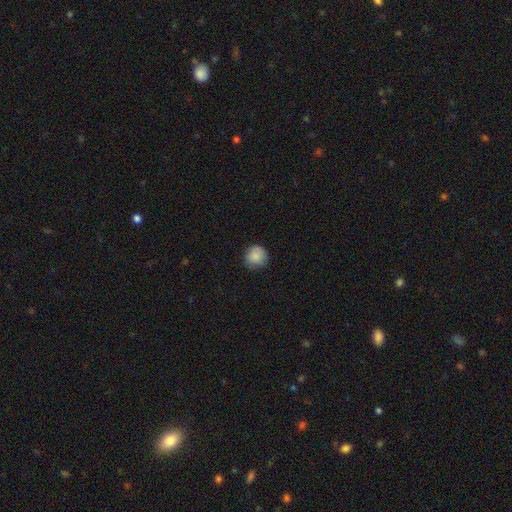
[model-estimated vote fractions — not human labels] A smooth galaxy with no disk features (86%) that is round (93%).

Vote fractions:
- Smooth or featured? smooth: 86% / star or artifact: 8% / featured or disk: 6%
- How rounded? round: 93% / in between: 6% / cigar-shaped: 1%
- Merging? none: 82% / minor disturbance: 14% / major disturbance: 3% / merger: 1%